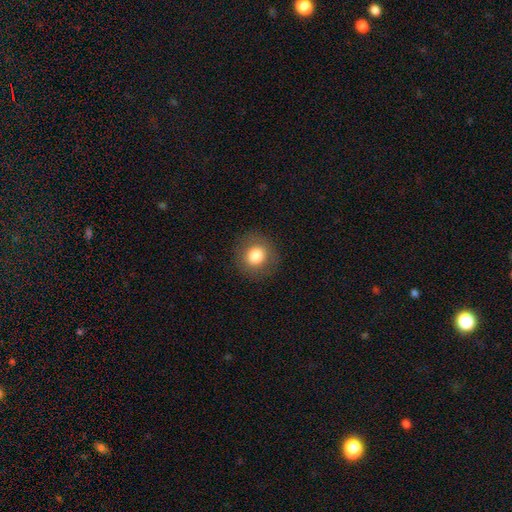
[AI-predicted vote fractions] This appears to be a smooth galaxy with no disk features (80%) that is round (89%). Merging: none (88%).